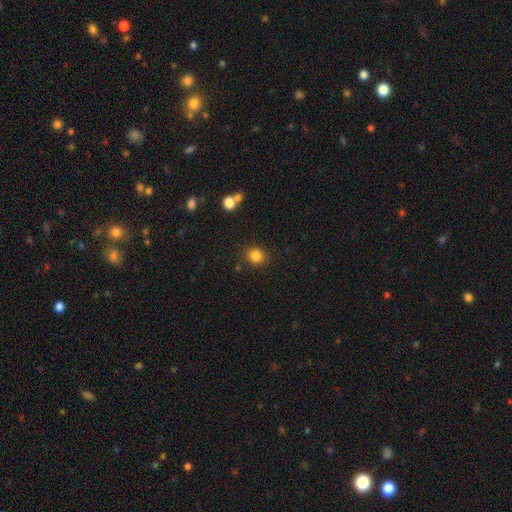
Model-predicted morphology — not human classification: This appears to be a smooth galaxy with no disk features (84%) that is round (78%). Merging: none (87%).